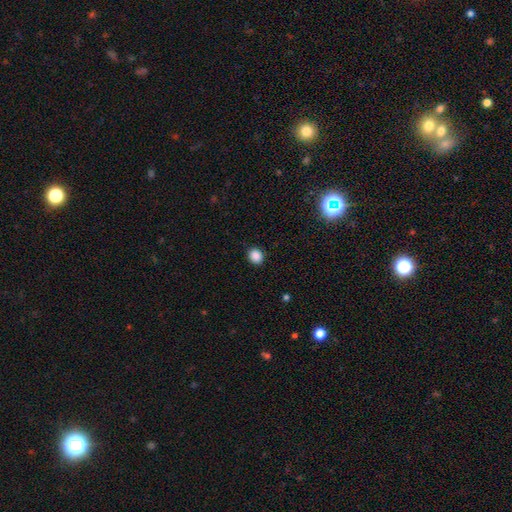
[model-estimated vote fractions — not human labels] Smooth or featured? Predicted: smooth (p=0.87). How rounded? Predicted: round (p=0.70). Merging? Predicted: none (p=0.90).